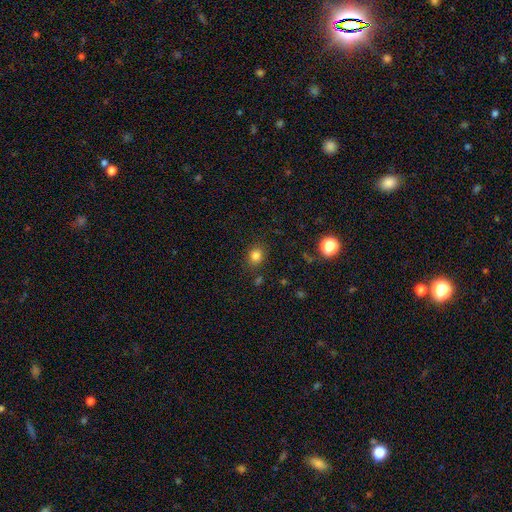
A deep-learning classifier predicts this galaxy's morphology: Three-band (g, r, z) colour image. It shows a smooth galaxy with no disk features (82%) that is round (73%). Merging: none (84%).